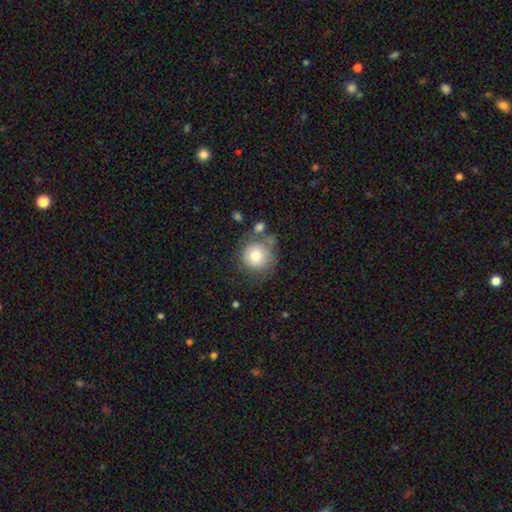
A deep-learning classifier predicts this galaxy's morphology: Overall: smooth (76%). How rounded: round (91%). Merging: none (53%; minor disturbance 21%).